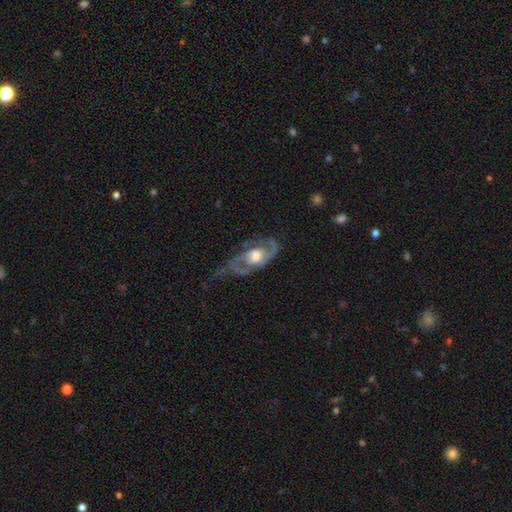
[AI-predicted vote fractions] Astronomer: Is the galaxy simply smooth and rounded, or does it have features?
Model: featured or disk — 82%.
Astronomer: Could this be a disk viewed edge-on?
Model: no — 94%.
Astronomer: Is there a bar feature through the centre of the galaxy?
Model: no — 60%.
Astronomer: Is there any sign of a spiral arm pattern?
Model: yes — 89%.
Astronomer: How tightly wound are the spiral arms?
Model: medium — 45% (runner-up: tight, 28%).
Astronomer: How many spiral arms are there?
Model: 2 — 73%.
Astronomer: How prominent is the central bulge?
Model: moderate — 63%.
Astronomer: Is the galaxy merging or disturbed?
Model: none — 39% (runner-up: major disturbance, 33%).